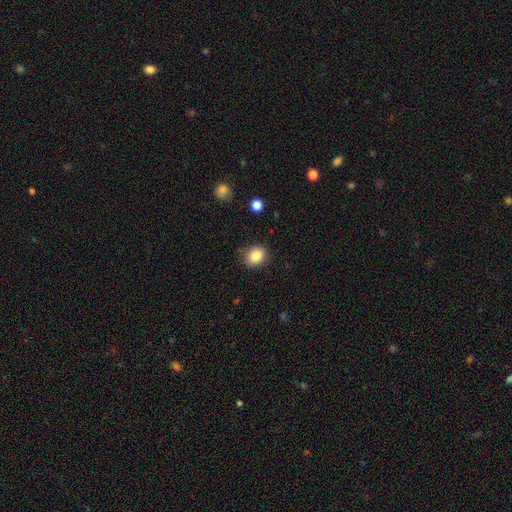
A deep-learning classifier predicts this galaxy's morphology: smooth 87%, star or artifact 9%, featured or disk 4%. Down the decision tree: how rounded — round (55%); merging — none (85%).